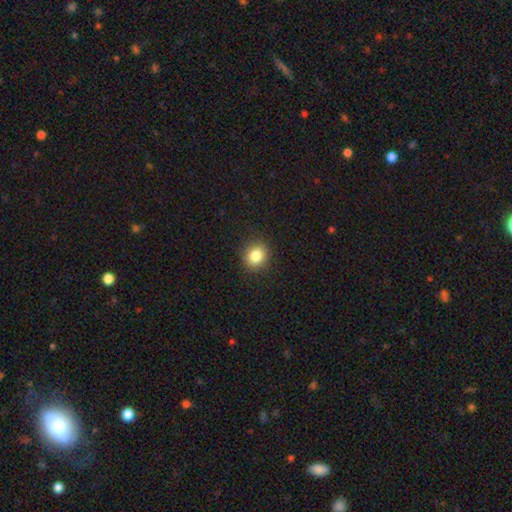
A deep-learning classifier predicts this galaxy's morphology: type=smooth (83%); roundness=round (83%); merging=none (91%).